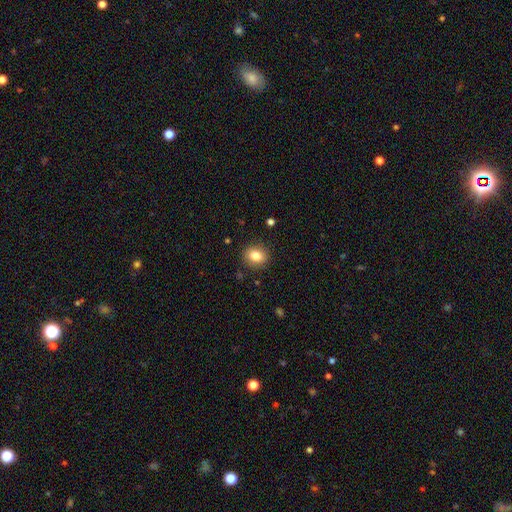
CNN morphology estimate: Q: Smooth or featured?
A: smooth (83%); runner-up: star or artifact (10%)
Q: How rounded?
A: round (67%); runner-up: in between (32%)
Q: Merging?
A: none (89%); runner-up: minor disturbance (8%)